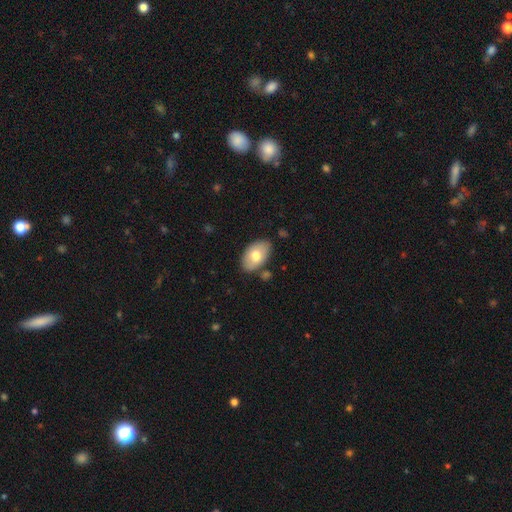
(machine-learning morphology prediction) Overall: smooth (71%). How rounded: in between (92%). Merging: none (79%).